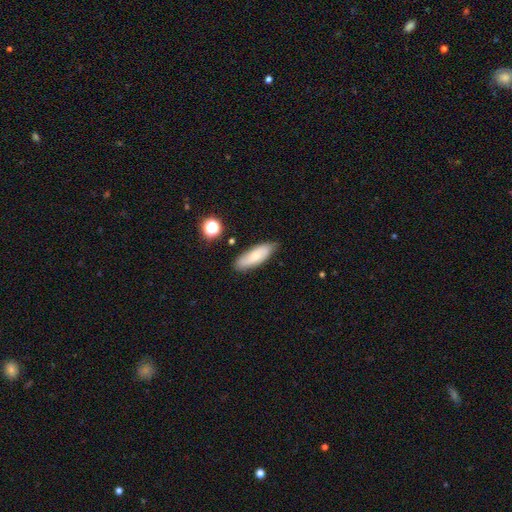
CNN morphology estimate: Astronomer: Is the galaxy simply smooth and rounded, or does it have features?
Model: smooth — 62%.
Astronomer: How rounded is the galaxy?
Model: in between — 62%.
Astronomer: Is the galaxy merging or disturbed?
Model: none — 79%.